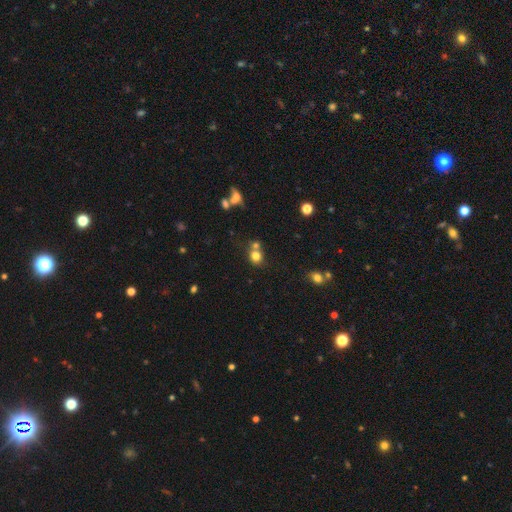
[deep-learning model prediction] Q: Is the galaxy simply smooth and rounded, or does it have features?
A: smooth — 77%.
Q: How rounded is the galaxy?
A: round — 82%.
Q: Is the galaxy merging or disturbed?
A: none — 52%.